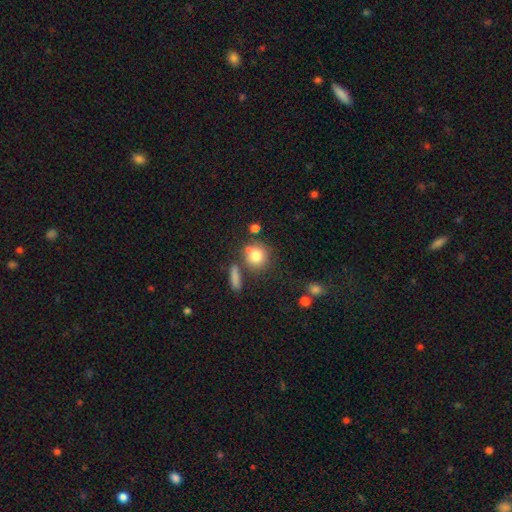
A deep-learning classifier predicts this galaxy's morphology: type=smooth (79%); roundness=round (85%); merging=none (64%).